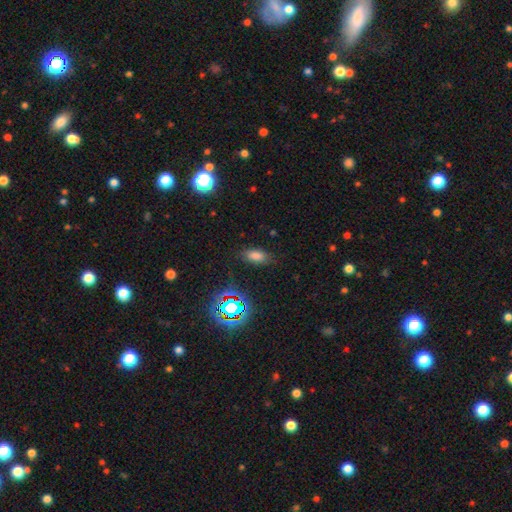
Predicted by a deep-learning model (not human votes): Smooth or featured: smooth — 73% (star or artifact — 19%)
How rounded: in between — 86% (cigar-shaped — 8%)
Merging: none — 79% (minor disturbance — 14%)